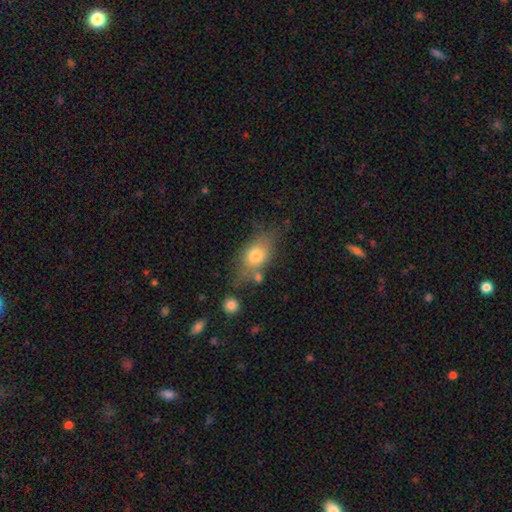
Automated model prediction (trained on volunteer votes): Q: Smooth or featured?
A: smooth (71%); runner-up: featured or disk (19%)
Q: How rounded?
A: in between (70%); runner-up: round (23%)
Q: Merging?
A: none (56%); runner-up: minor disturbance (22%)